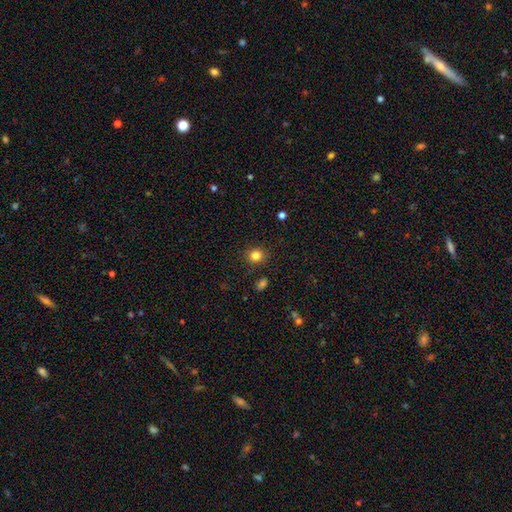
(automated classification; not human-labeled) Smooth or featured?
  - smooth: 83% *
  - star or artifact: 12%
  - featured or disk: 5%
How rounded?
  - round: 79% *
  - in between: 20%
  - cigar-shaped: 1%
Merging?
  - none: 87% *
  - minor disturbance: 9%
  - major disturbance: 3%
  - merger: 2%